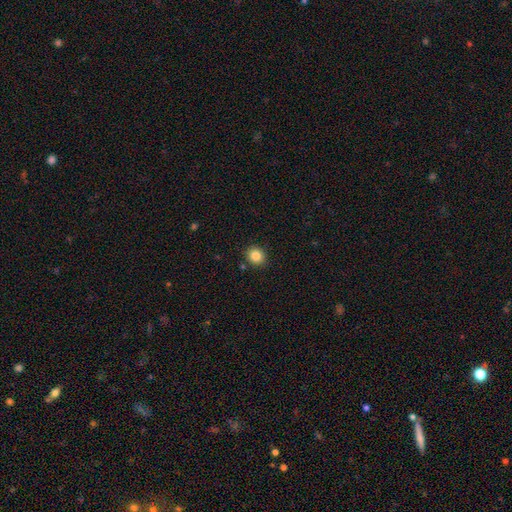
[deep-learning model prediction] The model was most divided on "how rounded": round: 76%, in between: 23%, cigar-shaped: 1%. More confident: merging — none (89%); smooth or featured — smooth (85%).